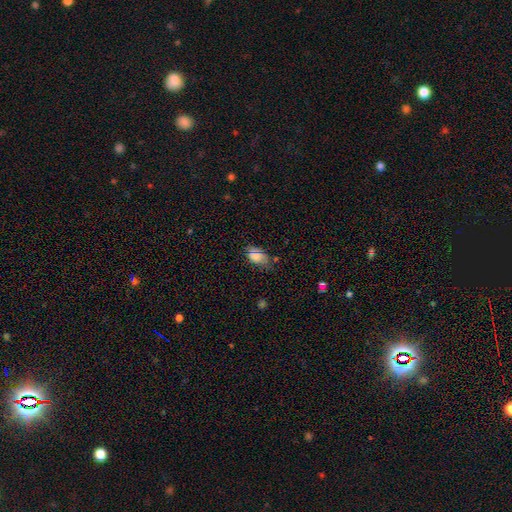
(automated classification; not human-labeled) The model was most divided on "smooth or featured": smooth: 68%, star or artifact: 24%, featured or disk: 8%. More confident: how rounded — in between (90%); merging — none (72%).